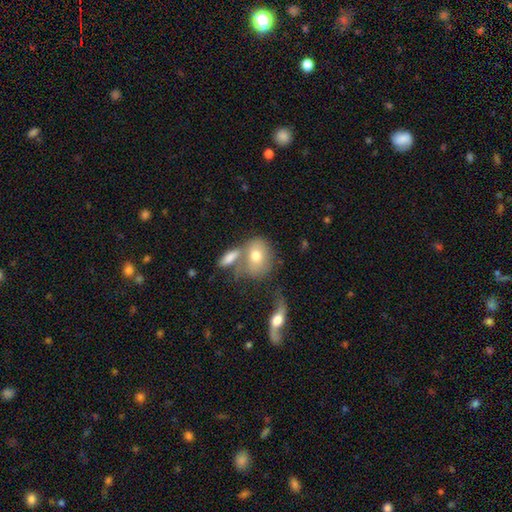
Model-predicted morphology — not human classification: Q: Smooth or featured?
A: smooth (71%); runner-up: featured or disk (22%)
Q: How rounded?
A: in between (59%); runner-up: round (39%)
Q: Merging?
A: merger (42%); runner-up: none (35%)